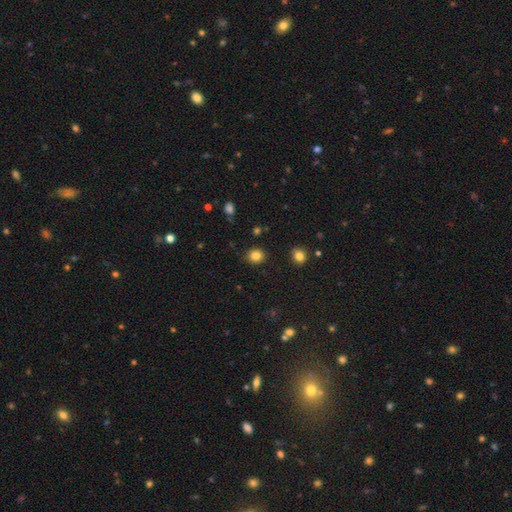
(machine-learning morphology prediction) Q: Smooth or featured?
A: smooth (84%); runner-up: star or artifact (11%)
Q: How rounded?
A: round (78%); runner-up: in between (21%)
Q: Merging?
A: none (88%); runner-up: minor disturbance (8%)